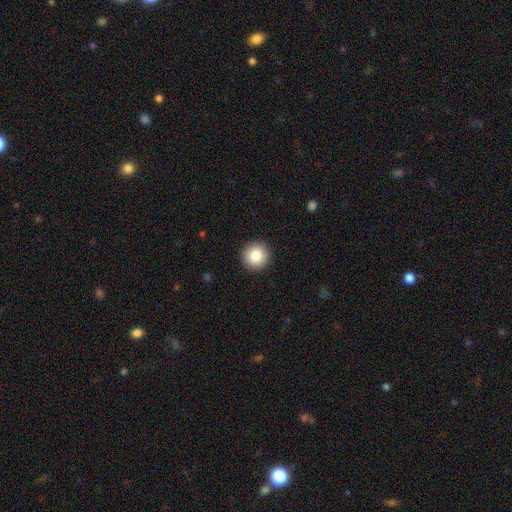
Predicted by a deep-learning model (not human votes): This appears to be a smooth galaxy with no disk features (85%) that is round (95%). Merging: none (93%).